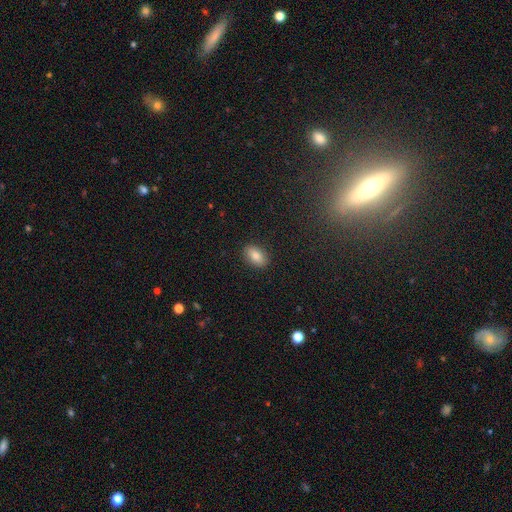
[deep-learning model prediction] Overall: smooth (84%). How rounded: in between (90%). Merging: none (89%).